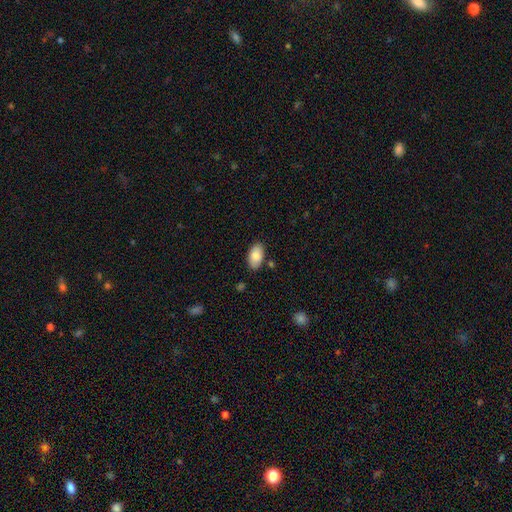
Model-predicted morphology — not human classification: Smooth or featured? smooth (84%)
How rounded? in between (95%)
Merging? none (82%)